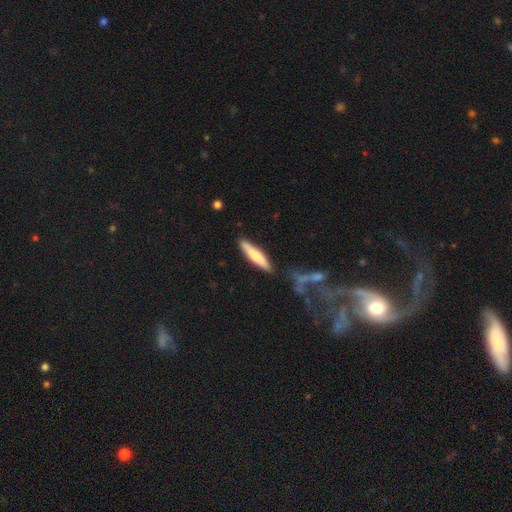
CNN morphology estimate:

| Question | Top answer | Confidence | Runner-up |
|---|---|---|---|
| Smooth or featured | smooth | 72% | featured or disk (22%) |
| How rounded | cigar-shaped | 85% | in between (13%) |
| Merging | none | 82% | minor disturbance (12%) |